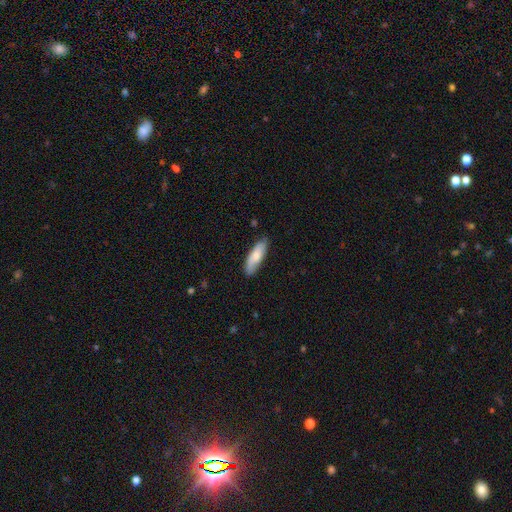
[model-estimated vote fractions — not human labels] A smooth galaxy with no disk features (75%) that is in between round and cigar-shaped (55%).

Vote fractions:
- Smooth or featured? smooth: 75% / featured or disk: 19% / star or artifact: 5%
- How rounded? in between: 55% / cigar-shaped: 43% / round: 2%
- Merging? none: 80% / minor disturbance: 16% / major disturbance: 3% / merger: 1%